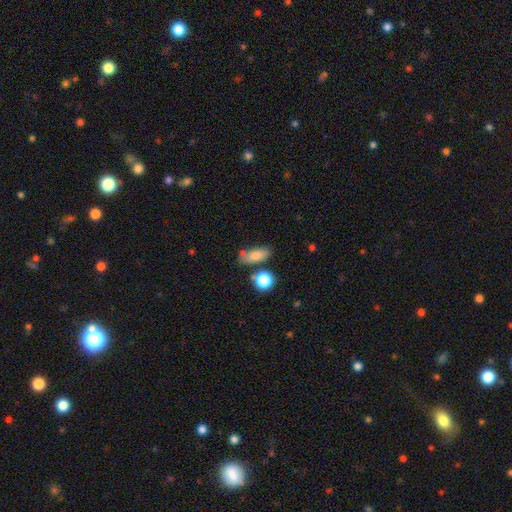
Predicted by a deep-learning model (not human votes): A smooth galaxy with no disk features (80%) that is in between round and cigar-shaped (71%). Merging: none (66%).